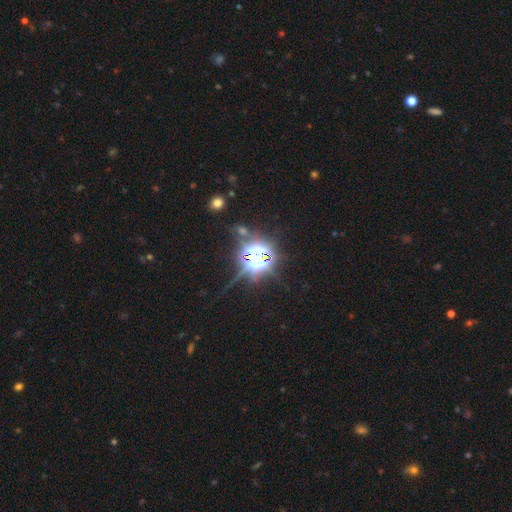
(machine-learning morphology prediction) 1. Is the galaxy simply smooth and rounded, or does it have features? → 76% star or artifact, 14% smooth, 11% featured or disk.